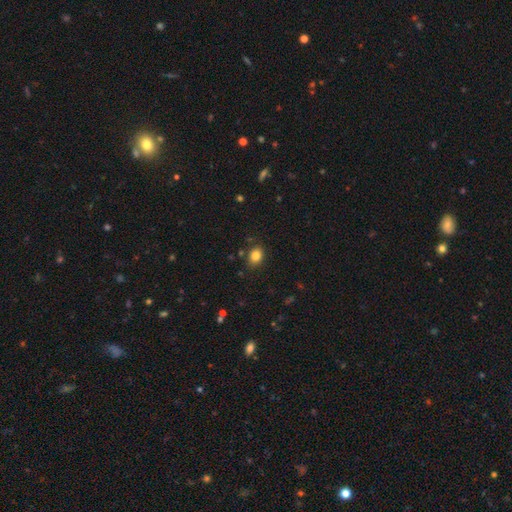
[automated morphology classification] smooth 83%, star or artifact 11%, featured or disk 6%. Down the decision tree: how rounded — in between (57%); merging — none (83%).